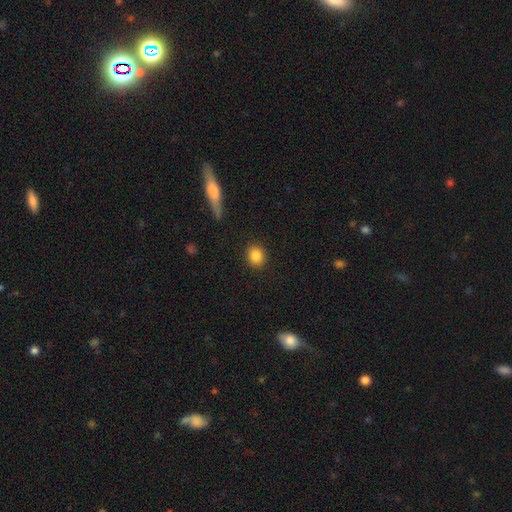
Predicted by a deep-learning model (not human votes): smooth-or-featured: smooth: 86% | star or artifact: 9% | featured or disk: 5%
  how-rounded: round: 78% | in between: 21% | cigar-shaped: 1%
  merging: none: 91% | minor disturbance: 6% | major disturbance: 2% | merger: 1%